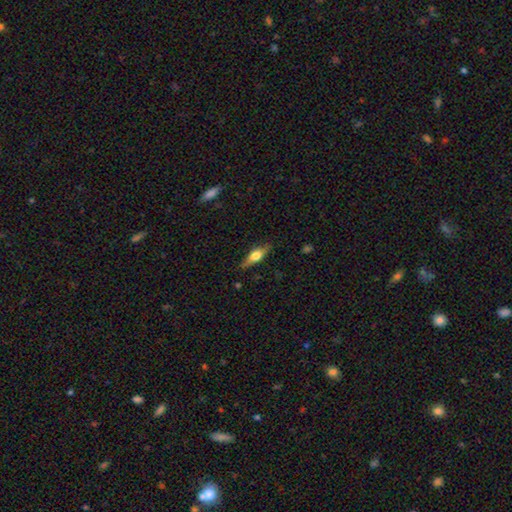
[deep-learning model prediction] This is possibly a smooth galaxy (52%). How rounded: possibly in between (51%). Merging: likely none (80%).